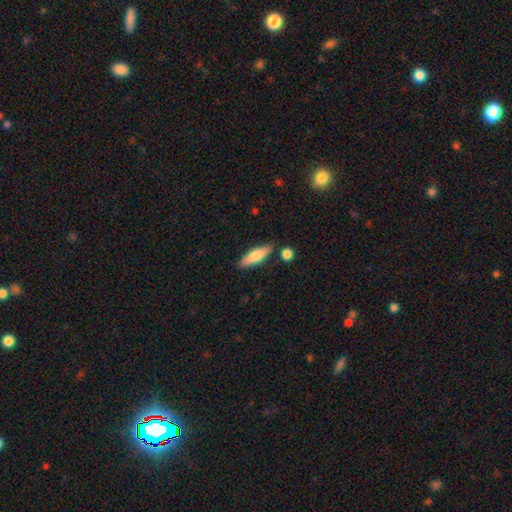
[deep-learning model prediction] Morphology: type=smooth (72%); roundness=in between (52%); merging=none (80%).